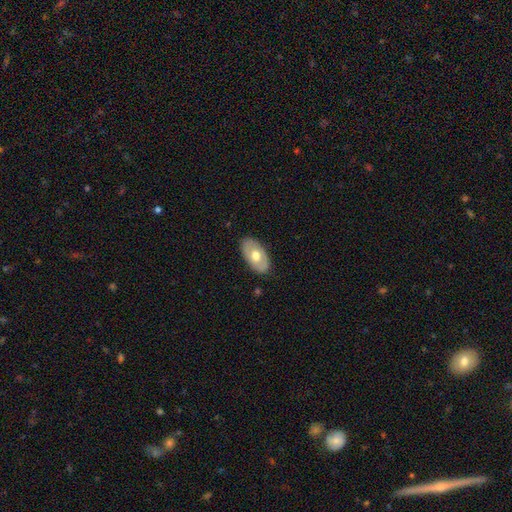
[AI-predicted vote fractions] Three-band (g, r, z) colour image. It shows a smooth galaxy with no disk features (56%) that is in between round and cigar-shaped (92%). Merging: none (85%).